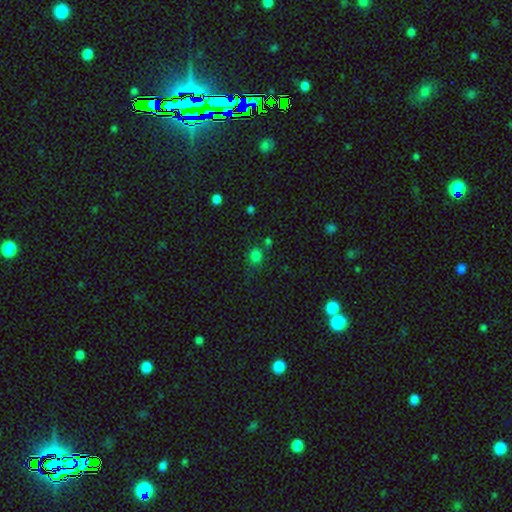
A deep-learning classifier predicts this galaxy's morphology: smooth 76%, star or artifact 19%, featured or disk 5%. Down the decision tree: how rounded — round (68%); merging — none (67%).